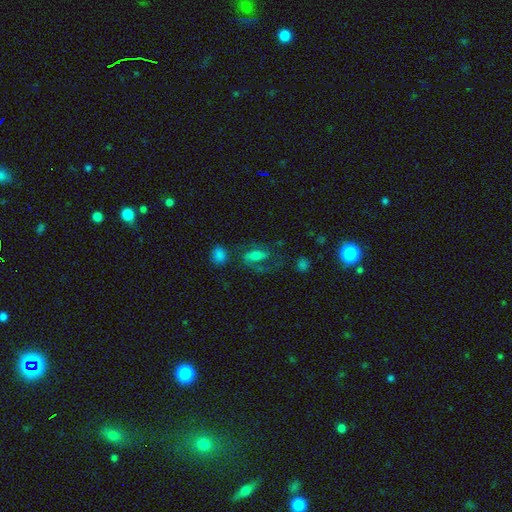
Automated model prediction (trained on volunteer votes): smooth-or-featured: featured or disk: 51% | smooth: 36% | star or artifact: 13%
  disk-edge-on: no: 92% | yes: 8%
  merging: none: 53% | major disturbance: 23% | minor disturbance: 18% | merger: 6%